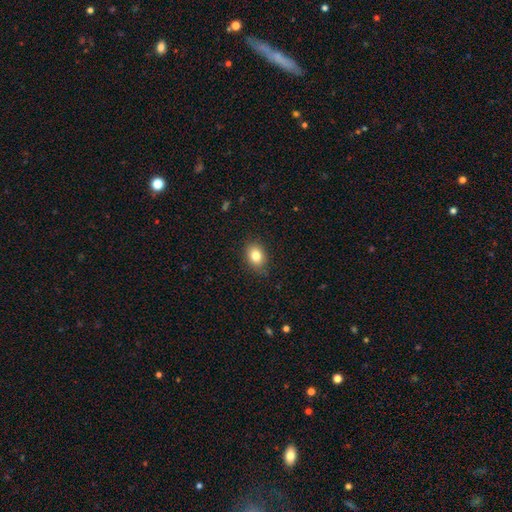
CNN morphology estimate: type=smooth (82%); roundness=in between (65%); merging=none (85%).